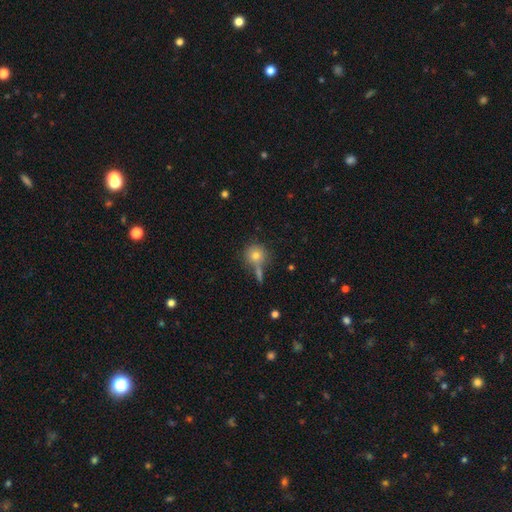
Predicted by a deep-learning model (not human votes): smooth-or-featured: smooth: 75% | featured or disk: 13% | star or artifact: 12%
  how-rounded: round: 90% | in between: 9% | cigar-shaped: 1%
  merging: none: 63% | merger: 18% | minor disturbance: 14% | major disturbance: 6%